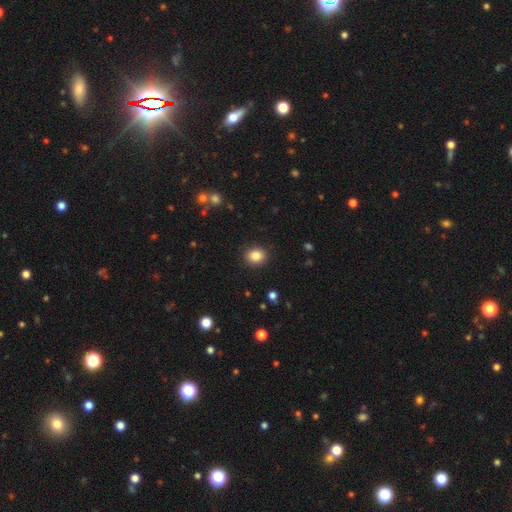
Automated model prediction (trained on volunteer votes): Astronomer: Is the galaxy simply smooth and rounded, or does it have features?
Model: smooth — 84%.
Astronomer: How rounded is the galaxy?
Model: round — 64%.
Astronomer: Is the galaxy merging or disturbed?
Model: none — 90%.